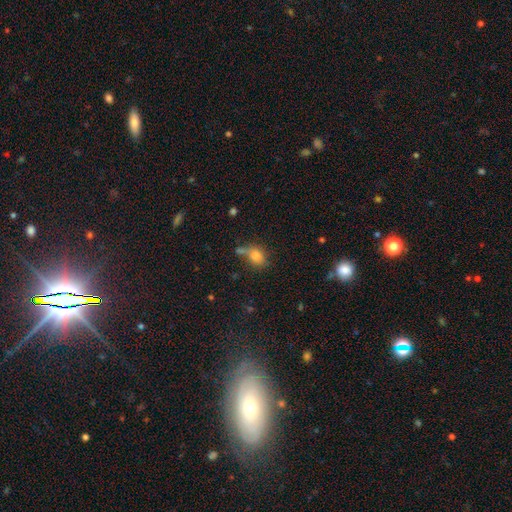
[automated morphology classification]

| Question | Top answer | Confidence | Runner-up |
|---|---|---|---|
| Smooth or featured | smooth | 77% | star or artifact (12%) |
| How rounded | in between | 66% | round (31%) |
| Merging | none | 41% | merger (23%) |